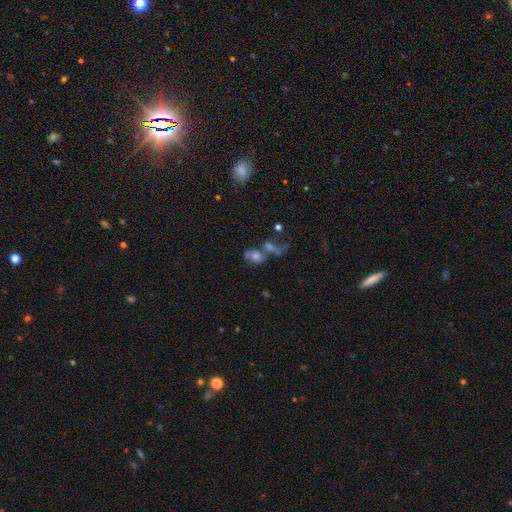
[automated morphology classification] This is marginally a smooth galaxy (44%). Merging: possibly merger (50%).